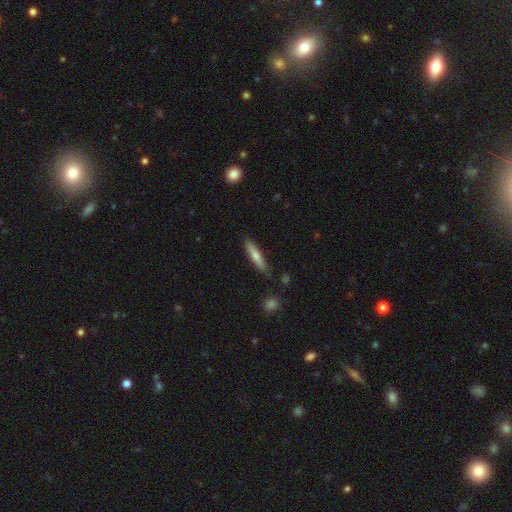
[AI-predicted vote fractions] The model was most divided on "smooth or featured": smooth: 67%, featured or disk: 27%, star or artifact: 6%. More confident: how rounded — cigar-shaped (87%); merging — none (83%).